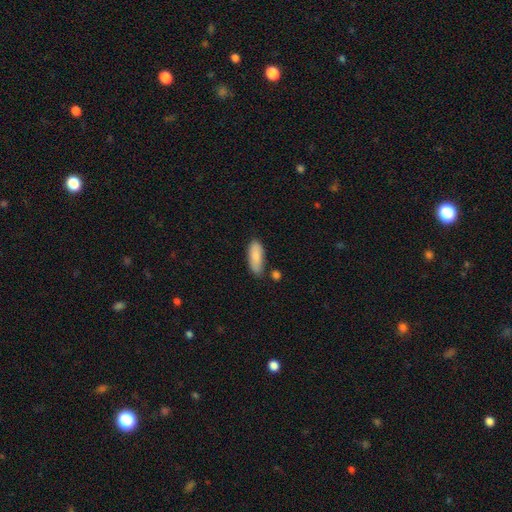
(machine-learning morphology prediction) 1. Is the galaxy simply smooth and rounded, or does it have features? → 86% smooth, 8% featured or disk, 6% star or artifact.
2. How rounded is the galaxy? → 73% in between, 25% cigar-shaped, 2% round.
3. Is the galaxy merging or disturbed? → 71% none, 19% minor disturbance, 6% merger, 4% major disturbance.